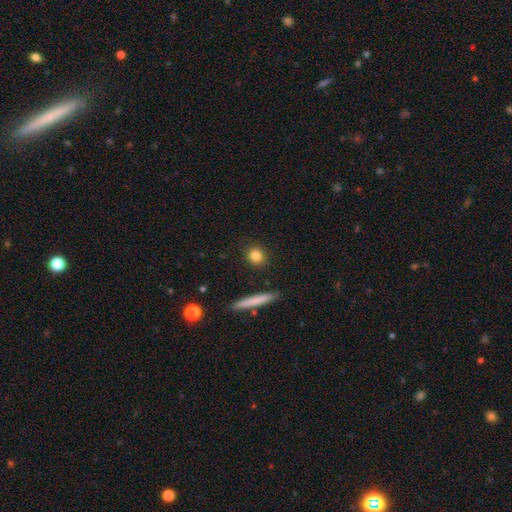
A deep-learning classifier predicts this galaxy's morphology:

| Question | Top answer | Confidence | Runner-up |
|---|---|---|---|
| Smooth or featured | smooth | 82% | star or artifact (10%) |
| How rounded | round | 77% | in between (17%) |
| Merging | none | 90% | minor disturbance (6%) |